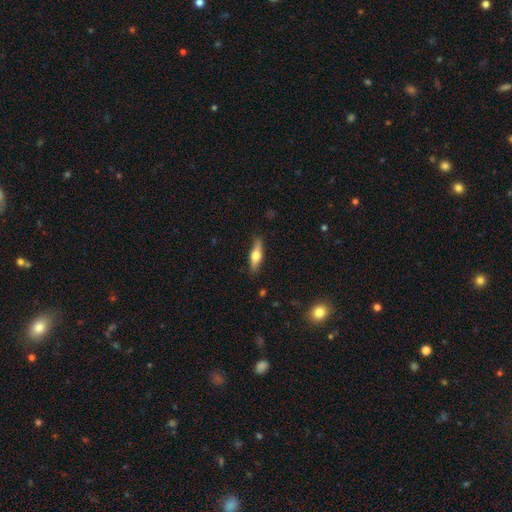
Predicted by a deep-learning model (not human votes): Q: Smooth or featured?
A: smooth (49%); runner-up: featured or disk (45%)
Q: Merging?
A: none (87%); runner-up: minor disturbance (10%)